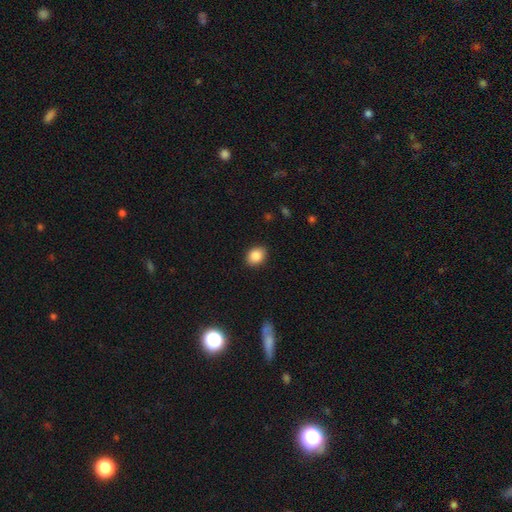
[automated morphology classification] smooth_or_featured: smooth (p=0.87) [alt: star or artifact p=0.08]
how_rounded: in between (p=0.61) [alt: round p=0.38]
merging: none (p=0.88) [alt: minor disturbance p=0.08]